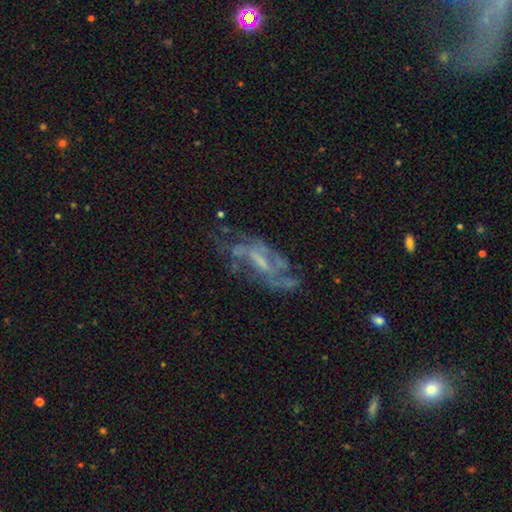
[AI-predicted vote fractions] The model was most divided on "bar": no: 44%, weak: 42%, strong: 14%. Remaining: edge-on disk — no (90%); smooth or featured — featured or disk (73%); spiral arms — yes (72%); merging — none (55%); bulge size — small (42%).